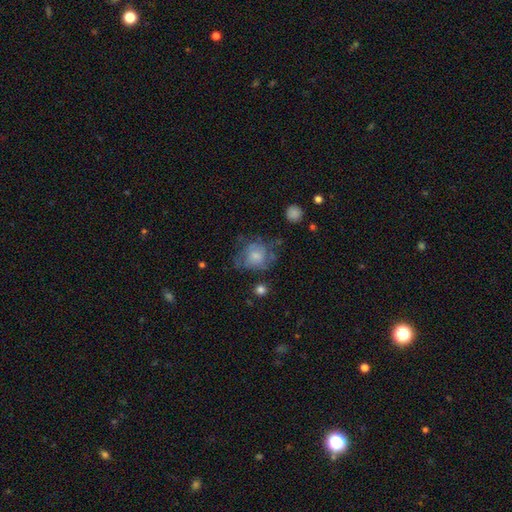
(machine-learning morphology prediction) A smooth galaxy with no disk features (52%) that is round (67%).

Vote fractions:
- Smooth or featured? smooth: 52% / featured or disk: 39% / star or artifact: 9%
- How rounded? round: 67% / in between: 32% / cigar-shaped: 1%
- Merging? none: 42% / minor disturbance: 27% / major disturbance: 27% / merger: 3%